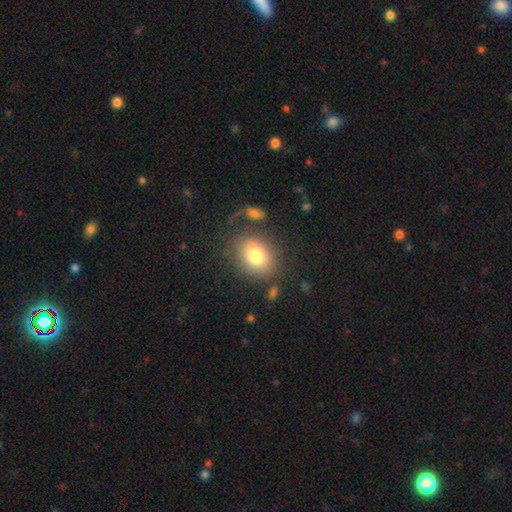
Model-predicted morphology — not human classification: type=smooth (77%); roundness=round (53%); merging=none (74%).